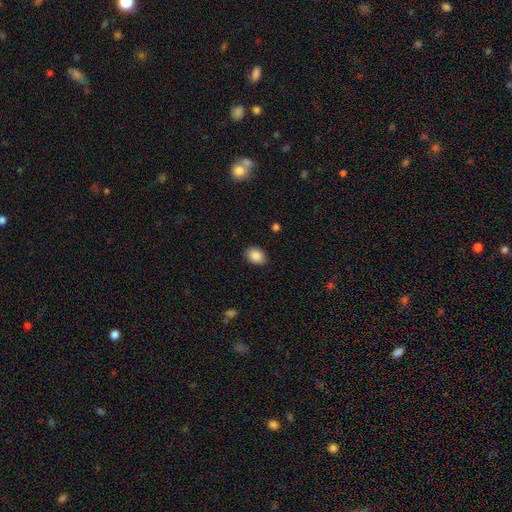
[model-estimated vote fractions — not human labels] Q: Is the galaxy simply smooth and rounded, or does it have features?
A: smooth — 89%.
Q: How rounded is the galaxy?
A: in between — 79%.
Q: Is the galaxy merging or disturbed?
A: none — 87%.